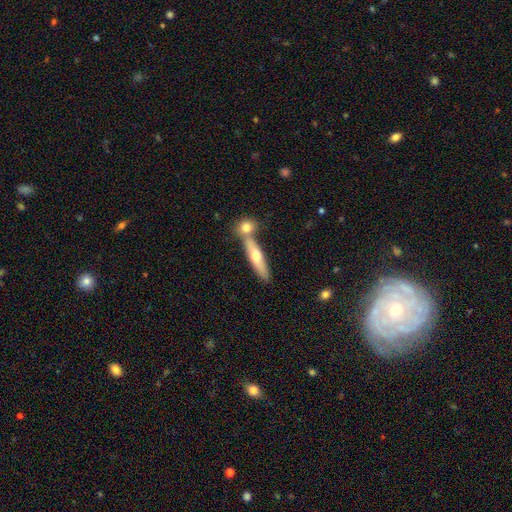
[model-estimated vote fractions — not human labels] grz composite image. It shows a smooth galaxy with no disk features (53%) that is cigar-shaped (76%). Merging: none (55%).